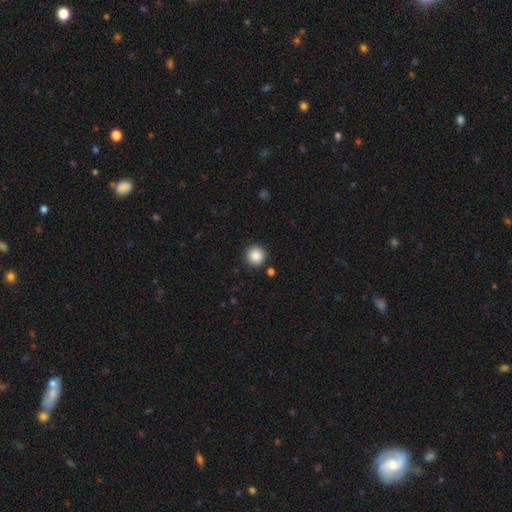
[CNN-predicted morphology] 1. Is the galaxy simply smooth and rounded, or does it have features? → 87% smooth, 9% star or artifact, 4% featured or disk.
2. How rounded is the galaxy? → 95% round, 4% in between, 1% cigar-shaped.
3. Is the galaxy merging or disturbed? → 90% none, 6% minor disturbance, 2% merger, 2% major disturbance.